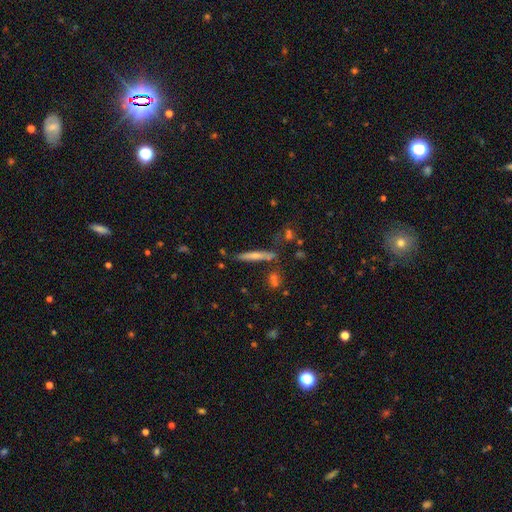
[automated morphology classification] This appears to be a smooth galaxy with no disk features (51%) that is cigar-shaped (92%). Merging: none (78%).